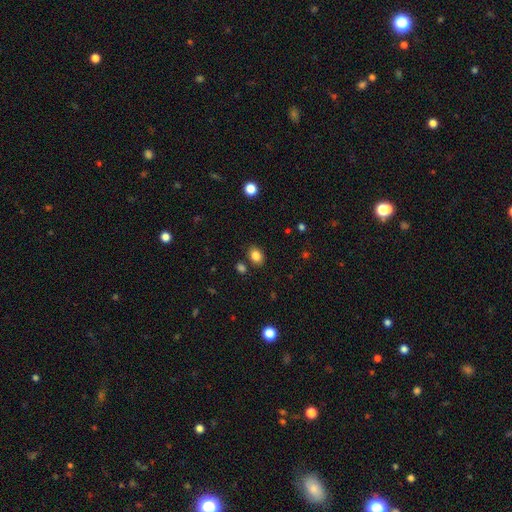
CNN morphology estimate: A smooth galaxy with no disk features (84%) that is in between round and cigar-shaped (65%). Merging: none (82%).